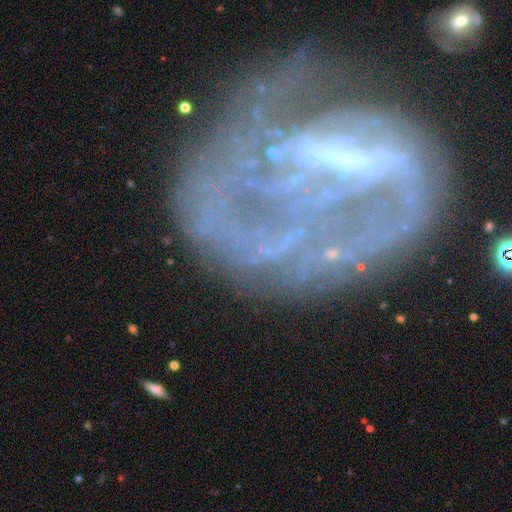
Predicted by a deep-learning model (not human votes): Smooth or featured?
  - featured or disk: 78% *
  - star or artifact: 12%
  - smooth: 10%
Edge-on disk?
  - no: 96% *
  - yes: 4%
Bar?
  - strong: 42% *
  - weak: 32%
  - no: 26%
Spiral arms?
  - yes: 67% *
  - no: 33%
Spiral winding?
  - loose: 39% *
  - medium: 34%
  - tight: 27%
Spiral arm count?
  - 2: 36% *
  - can't tell: 27%
  - 1: 19%
  - 3: 8%
  - 4: 5%
  - more than 4: 5%
Bulge size?
  - none: 43% *
  - small: 36%
  - moderate: 16%
  - large: 3%
  - dominant: 2%
Merging?
  - none: 38% *
  - major disturbance: 37%
  - minor disturbance: 17%
  - merger: 8%